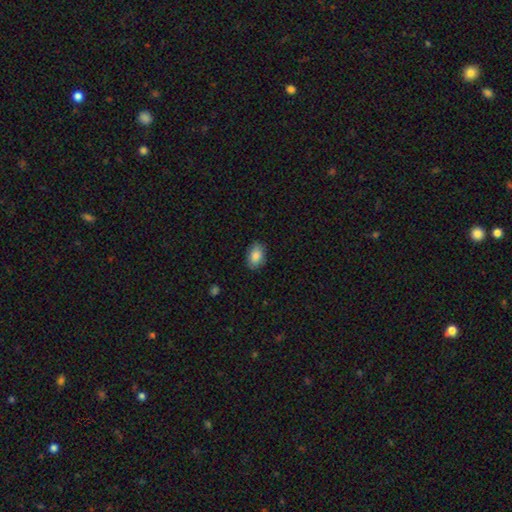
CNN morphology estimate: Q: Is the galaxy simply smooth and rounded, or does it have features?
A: smooth — 86%.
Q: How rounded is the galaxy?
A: in between — 87%.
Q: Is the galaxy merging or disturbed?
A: none — 86%.